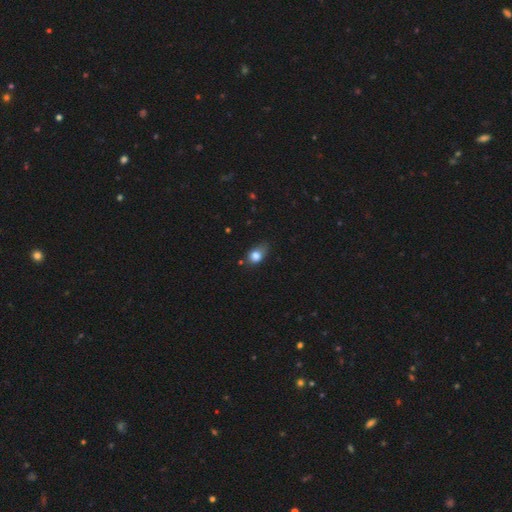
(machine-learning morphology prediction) The model was most divided on "merging": minor disturbance: 43%, none: 40%, major disturbance: 13%, merger: 4%. More confident: smooth or featured — smooth (82%); how rounded — in between (62%).